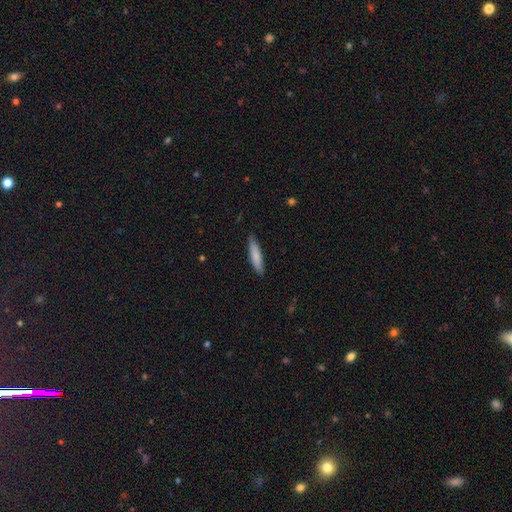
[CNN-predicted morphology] Smooth or featured? smooth (81%)
How rounded? cigar-shaped (82%)
Merging? none (87%)